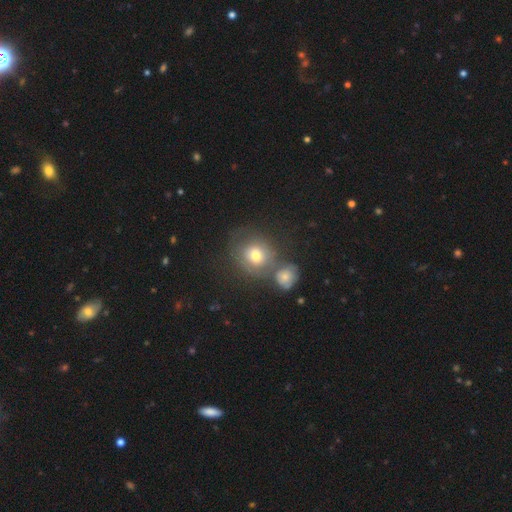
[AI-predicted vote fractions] This appears to be a smooth galaxy with no disk features (65%) that is round (82%). Merging: none (45%).